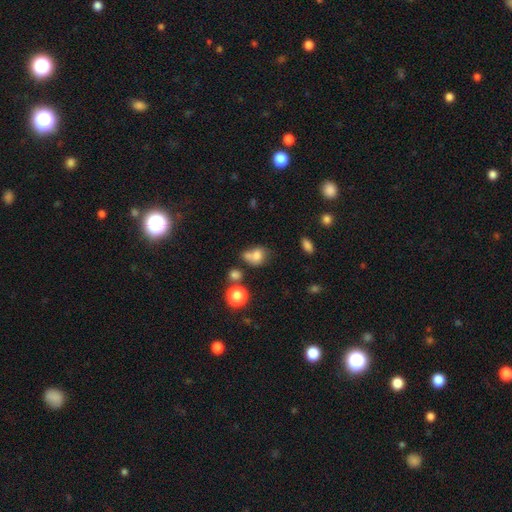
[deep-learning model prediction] A smooth galaxy with no disk features (74%) that is round (54%).

Vote fractions:
- Smooth or featured? smooth: 74% / star or artifact: 13% / featured or disk: 13%
- How rounded? round: 54% / in between: 45% / cigar-shaped: 1%
- Merging? merger: 41% / none: 36% / minor disturbance: 15% / major disturbance: 8%